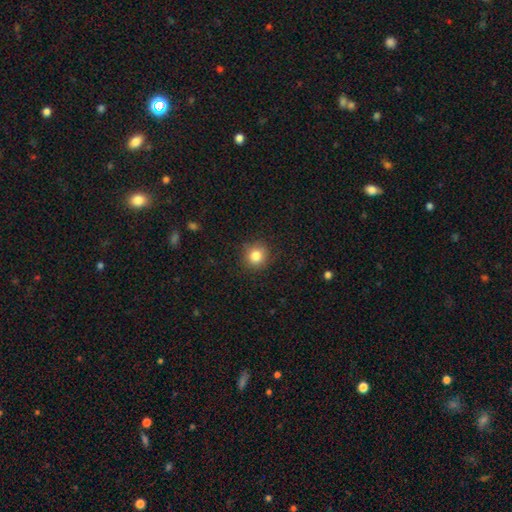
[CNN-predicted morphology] Smooth or featured? Predicted: smooth (p=0.83). How rounded? Predicted: round (p=0.90). Merging? Predicted: none (p=0.86).